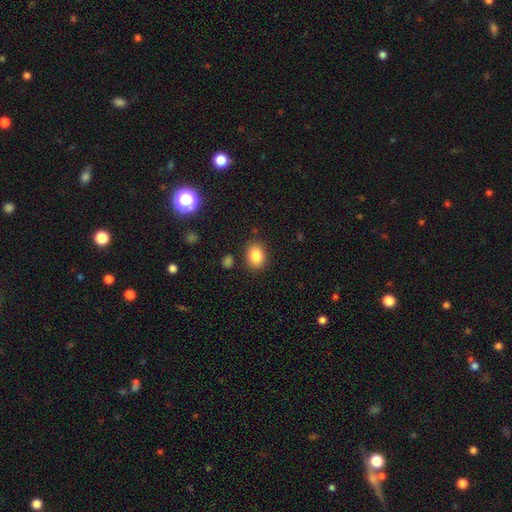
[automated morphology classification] Smooth or featured? smooth (85%)
How rounded? in between (57%)
Merging? none (85%)